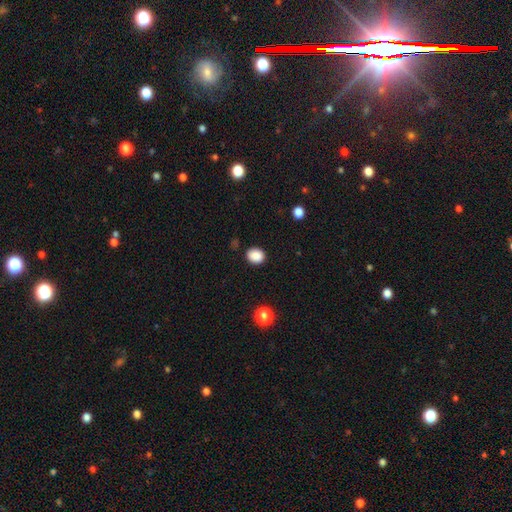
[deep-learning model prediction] Q: Smooth or featured?
A: smooth (88%); runner-up: star or artifact (9%)
Q: How rounded?
A: round (61%); runner-up: in between (38%)
Q: Merging?
A: none (88%); runner-up: minor disturbance (9%)